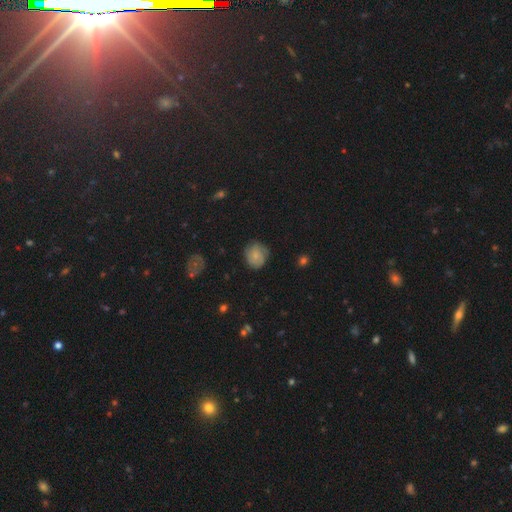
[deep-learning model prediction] This is possibly a smooth galaxy (53%). How rounded: likely round (76%). Merging: likely none (72%).